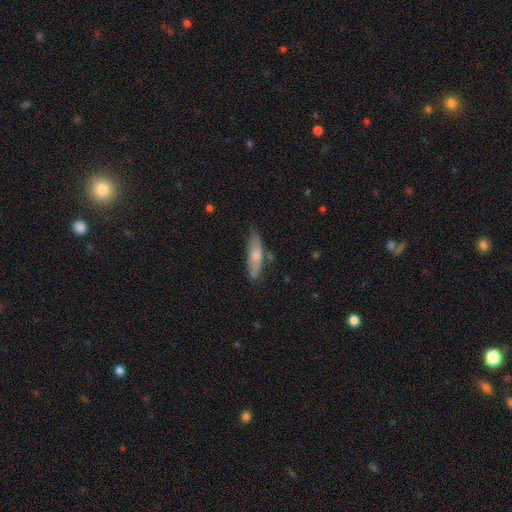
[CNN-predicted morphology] The model was most divided on "how rounded": cigar-shaped: 58%, in between: 40%, round: 2%. More confident: merging — none (67%); smooth or featured — smooth (62%).